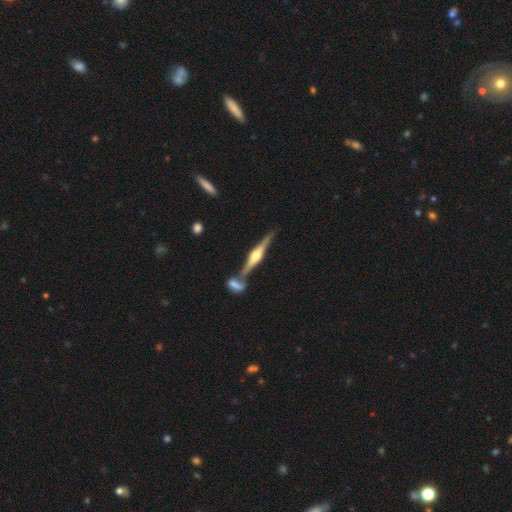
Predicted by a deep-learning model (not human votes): Q: Smooth or featured?
A: featured or disk (82%); runner-up: smooth (13%)
Q: Edge-on disk?
A: yes (97%); runner-up: no (3%)
Q: Edge-on bulge?
A: rounded (88%); runner-up: boxy (9%)
Q: Merging?
A: none (66%); runner-up: merger (21%)